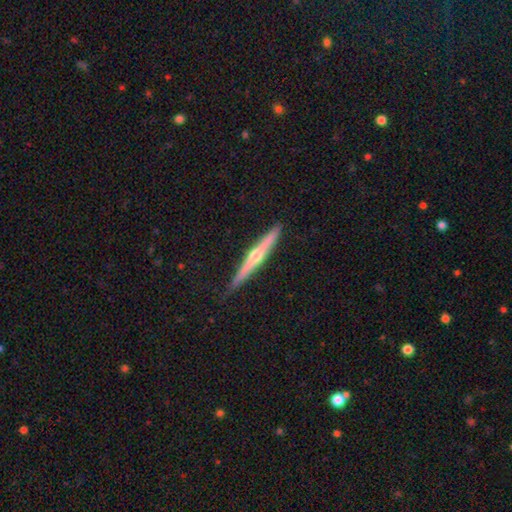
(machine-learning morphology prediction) This appears to be a featured or disk galaxy (75%) viewed edge-on (98%) with a rounded central bulge (90%). Merging: none (90%).